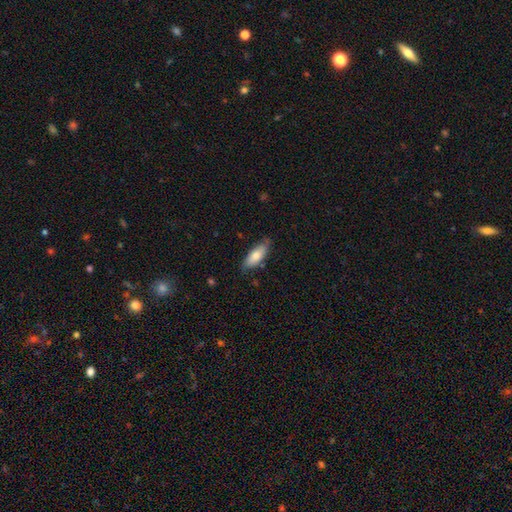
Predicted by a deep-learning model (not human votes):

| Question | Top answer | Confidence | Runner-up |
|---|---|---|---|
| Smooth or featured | smooth | 74% | featured or disk (20%) |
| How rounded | in between | 71% | cigar-shaped (27%) |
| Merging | none | 75% | minor disturbance (20%) |